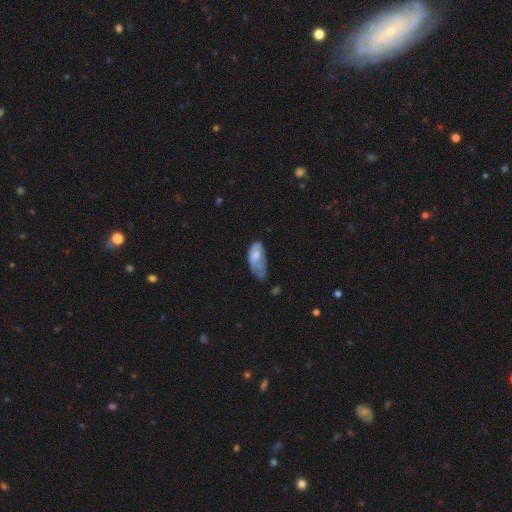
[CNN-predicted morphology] Smooth or featured? smooth (71%)
How rounded? in between (87%)
Merging? minor disturbance (43%)